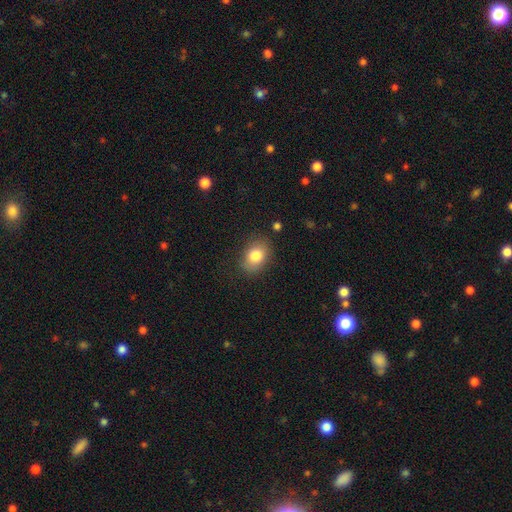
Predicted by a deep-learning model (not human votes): Morphology: type=smooth (81%); roundness=in between (74%); merging=none (81%).